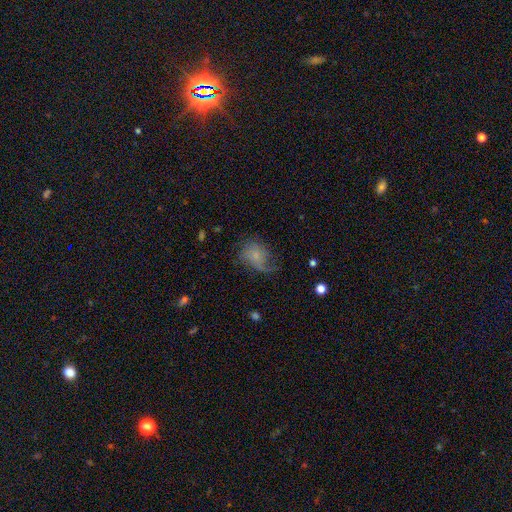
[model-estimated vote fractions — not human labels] smooth-or-featured: smooth: 51% | featured or disk: 40% | star or artifact: 9%
  how-rounded: in between: 56% | round: 43% | cigar-shaped: 1%
  merging: none: 38% | major disturbance: 33% | minor disturbance: 27% | merger: 2%